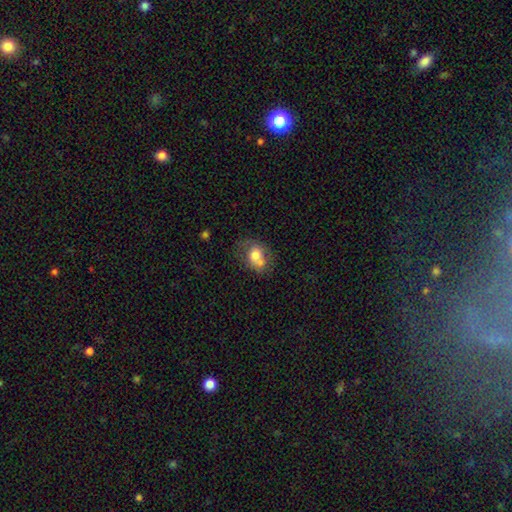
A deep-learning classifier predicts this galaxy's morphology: This appears to be a smooth galaxy with no disk features (67%) that is in between round and cigar-shaped (57%). Merging: none (37%).